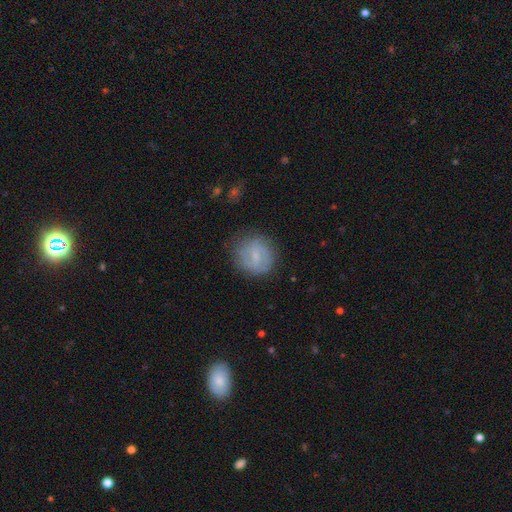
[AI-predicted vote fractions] The model was most divided on "smooth or featured": featured or disk: 49%, smooth: 44%, star or artifact: 8%. More confident: merging — none (76%).